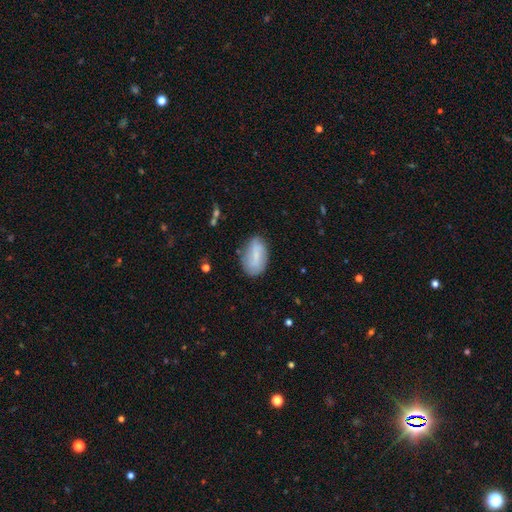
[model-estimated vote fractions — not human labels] A smooth galaxy with no disk features (57%) that is in between round and cigar-shaped (90%).

Vote fractions:
- Smooth or featured? smooth: 57% / featured or disk: 35% / star or artifact: 8%
- How rounded? in between: 90% / round: 7% / cigar-shaped: 3%
- Merging? none: 70% / minor disturbance: 22% / major disturbance: 6% / merger: 3%